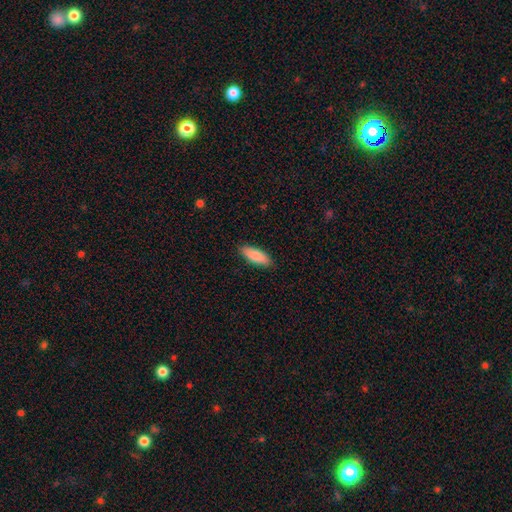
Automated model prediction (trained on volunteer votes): Q: Smooth or featured?
A: smooth (87%); runner-up: featured or disk (7%)
Q: How rounded?
A: in between (65%); runner-up: cigar-shaped (34%)
Q: Merging?
A: none (89%); runner-up: minor disturbance (9%)